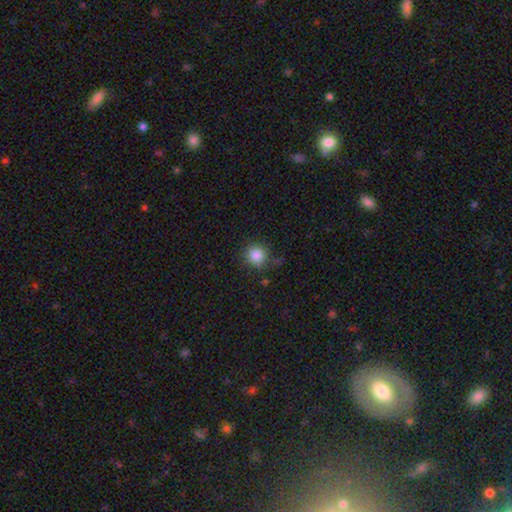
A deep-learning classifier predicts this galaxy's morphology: Smooth or featured? Predicted: smooth (p=0.85). How rounded? Predicted: round (p=0.91). Merging? Predicted: none (p=0.78).